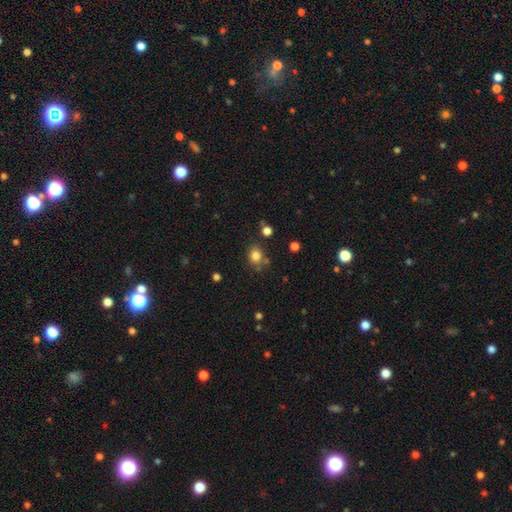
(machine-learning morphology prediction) Smooth or featured?
  - smooth: 81% *
  - star or artifact: 13%
  - featured or disk: 6%
How rounded?
  - round: 67% *
  - in between: 32%
  - cigar-shaped: 1%
Merging?
  - none: 74% *
  - minor disturbance: 13%
  - merger: 8%
  - major disturbance: 4%